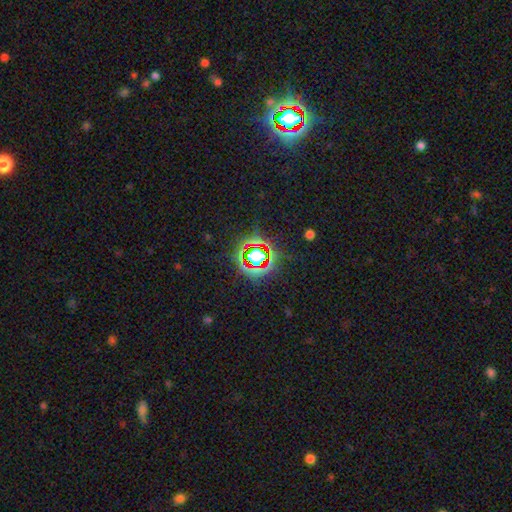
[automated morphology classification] Smooth or featured? Predicted: star or artifact (p=0.70).